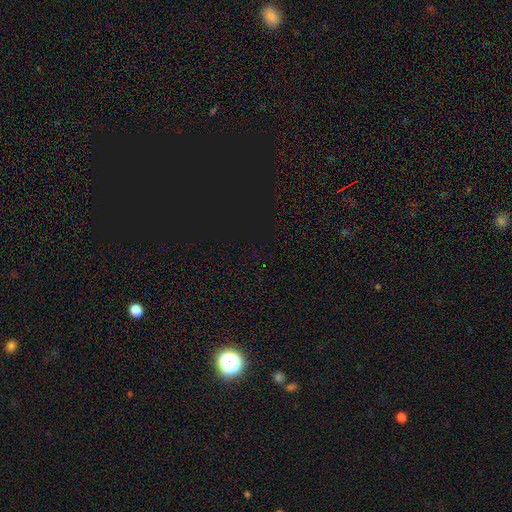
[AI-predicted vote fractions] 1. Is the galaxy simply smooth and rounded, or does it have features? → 79% star or artifact, 15% smooth, 6% featured or disk.